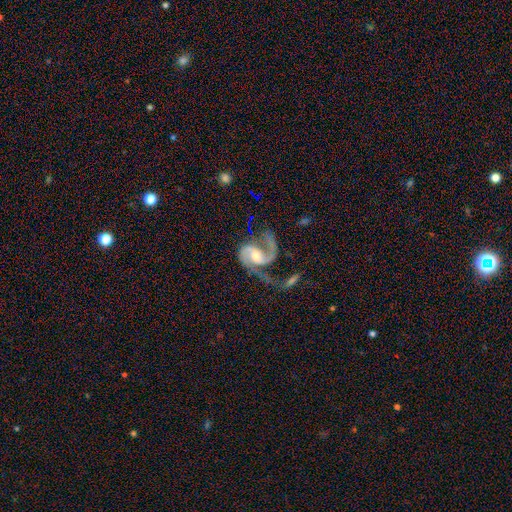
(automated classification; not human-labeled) Smooth or featured?
  - featured or disk: 90% *
  - smooth: 5%
  - star or artifact: 5%
Edge-on disk?
  - no: 98% *
  - yes: 2%
Bar?
  - no: 48% *
  - weak: 39%
  - strong: 13%
Spiral arms?
  - yes: 97% *
  - no: 3%
Spiral winding?
  - medium: 50% *
  - loose: 38%
  - tight: 13%
Spiral arm count?
  - 2: 85% *
  - 1: 9%
  - can't tell: 2%
  - 3: 2%
  - 4: 1%
  - more than 4: 1%
Bulge size?
  - moderate: 54% *
  - small: 38%
  - large: 4%
  - none: 2%
  - dominant: 1%
Merging?
  - none: 40% *
  - major disturbance: 32%
  - minor disturbance: 20%
  - merger: 9%